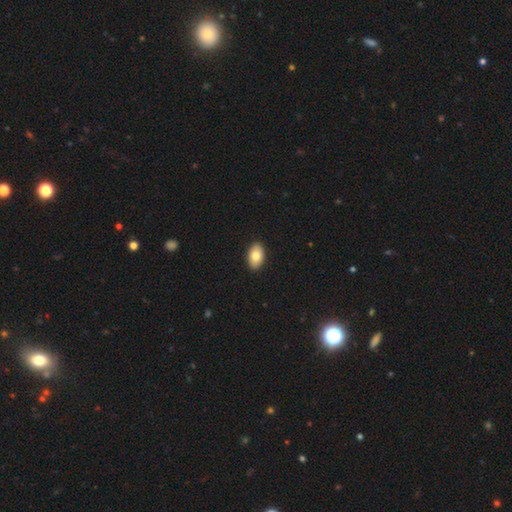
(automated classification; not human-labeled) Smooth or featured? Predicted: smooth (p=0.84). How rounded? Predicted: in between (p=0.93). Merging? Predicted: none (p=0.91).